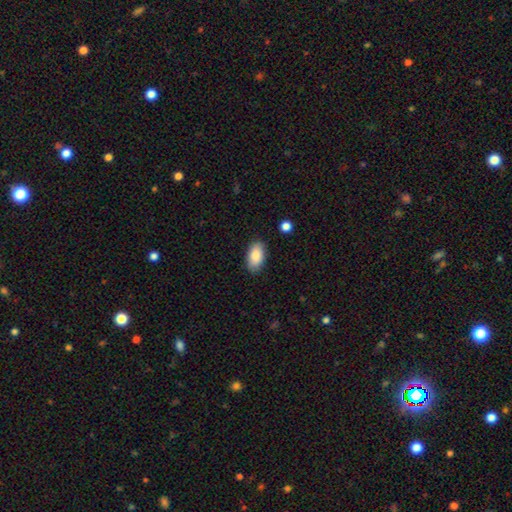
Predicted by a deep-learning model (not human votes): A smooth galaxy with no disk features (87%) that is in between round and cigar-shaped (94%).

Vote fractions:
- Smooth or featured? smooth: 87% / featured or disk: 7% / star or artifact: 6%
- How rounded? in between: 94% / round: 3% / cigar-shaped: 3%
- Merging? none: 86% / minor disturbance: 11% / major disturbance: 2% / merger: 1%